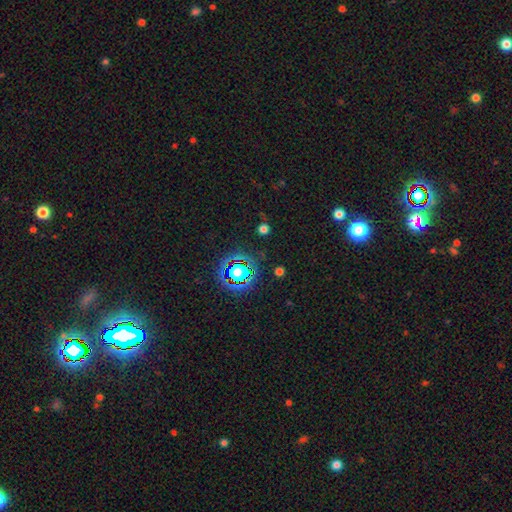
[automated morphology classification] A star or artifact, not a galaxy (79%).